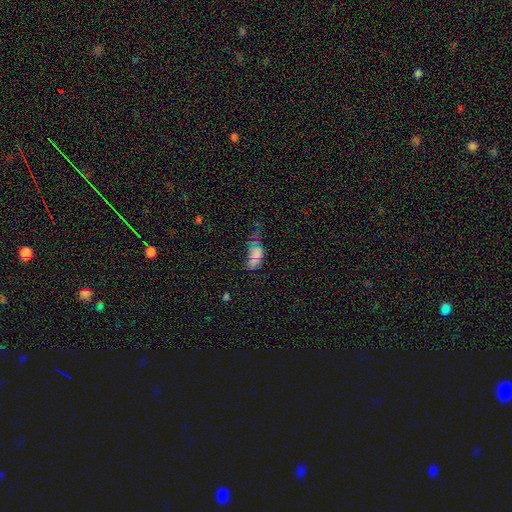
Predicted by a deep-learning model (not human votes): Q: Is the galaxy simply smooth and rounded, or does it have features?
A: smooth — 57%.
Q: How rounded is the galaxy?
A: in between — 83%.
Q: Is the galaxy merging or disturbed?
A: none — 47%.